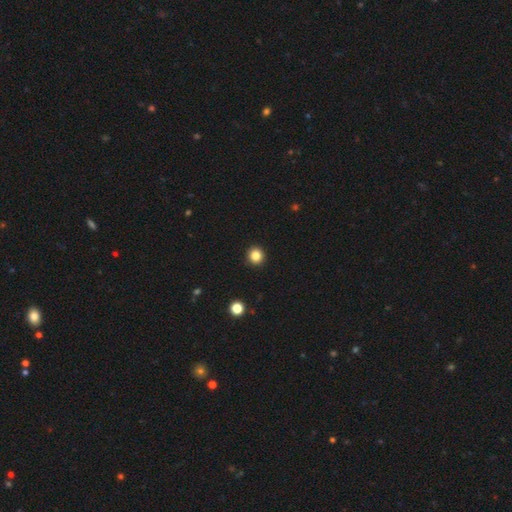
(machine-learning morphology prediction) A smooth galaxy with no disk features (85%) that is round (93%). Merging: none (93%).